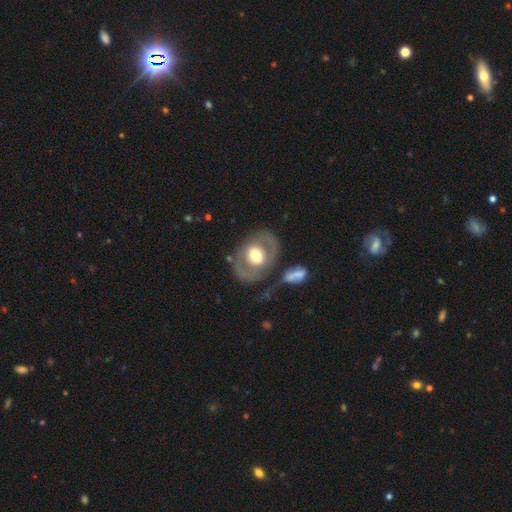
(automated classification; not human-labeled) Smooth or featured: featured or disk — 58% (smooth — 36%)
Edge-on disk: no — 94% (yes — 6%)
Bar: no — 66% (weak — 23%)
Spiral arms: no — 64% (yes — 36%)
Bulge size: moderate — 61% (large — 29%)
Merging: none — 62% (minor disturbance — 15%)